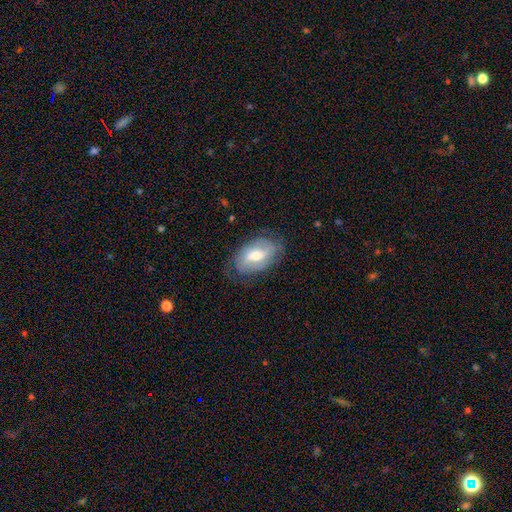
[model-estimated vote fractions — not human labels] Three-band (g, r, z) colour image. It shows a featured or disk galaxy (57%) with a weak bar (49%), spiral arms (72%) and a moderate central bulge (67%). Merging: none (69%).